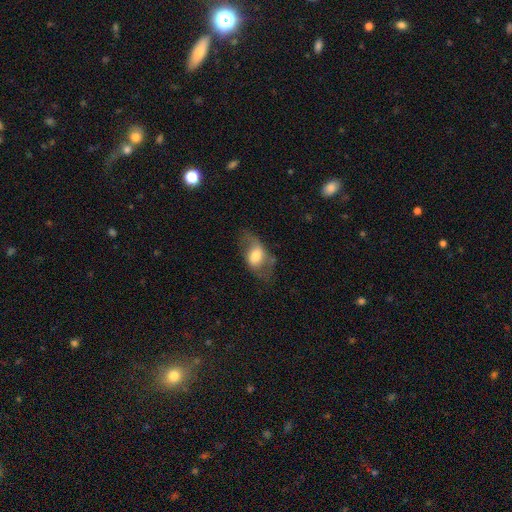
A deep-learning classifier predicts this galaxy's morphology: smooth 51%, featured or disk 41%, star or artifact 7%. Down the decision tree: how rounded — in between (83%); merging — none (52%).